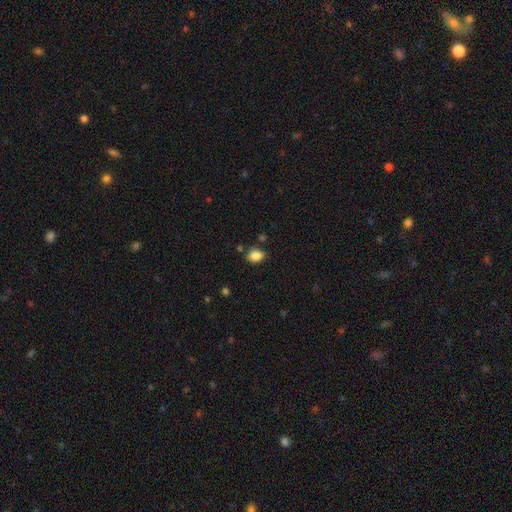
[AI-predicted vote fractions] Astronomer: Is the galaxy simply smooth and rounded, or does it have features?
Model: smooth — 85%.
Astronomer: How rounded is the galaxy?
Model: in between — 67%.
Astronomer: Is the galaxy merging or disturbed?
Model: none — 75%.